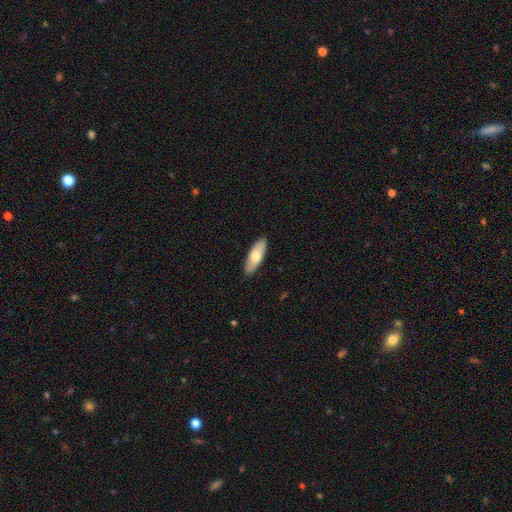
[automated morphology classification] Smooth or featured? smooth (69%)
How rounded? in between (71%)
Merging? none (89%)